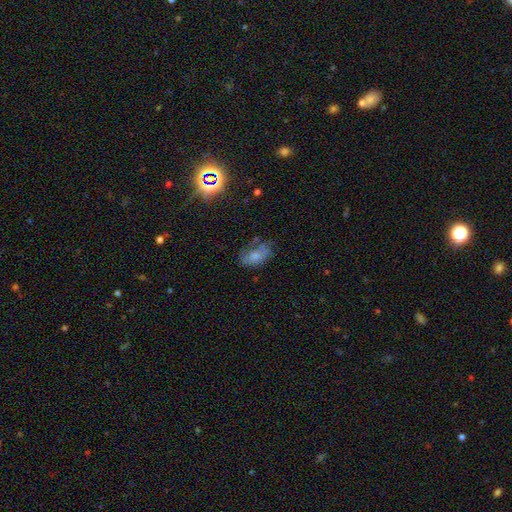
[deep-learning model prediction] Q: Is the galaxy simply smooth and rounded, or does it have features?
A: smooth — 59%.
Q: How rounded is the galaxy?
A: in between — 88%.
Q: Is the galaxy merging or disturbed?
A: none — 53%.